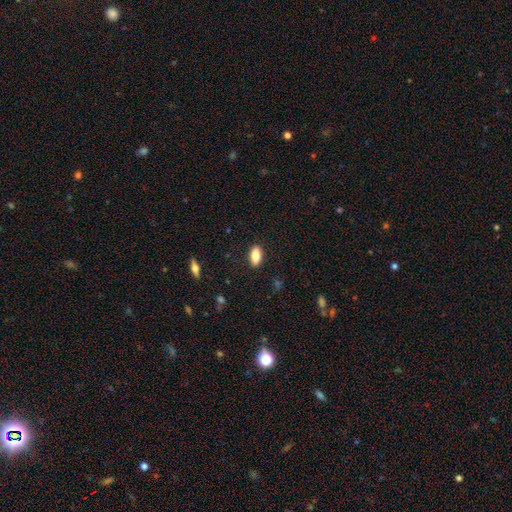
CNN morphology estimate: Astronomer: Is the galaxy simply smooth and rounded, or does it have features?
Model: smooth — 82%.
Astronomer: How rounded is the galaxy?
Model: in between — 88%.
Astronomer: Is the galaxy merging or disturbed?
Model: none — 88%.